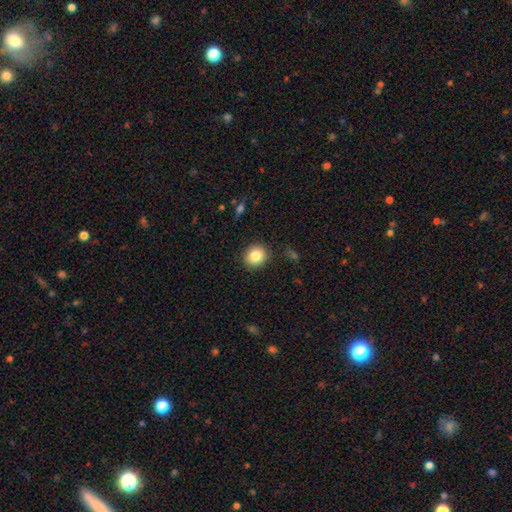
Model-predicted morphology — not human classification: The model was most divided on "how rounded": round: 84%, in between: 15%, cigar-shaped: 1%. More confident: merging — none (89%); smooth or featured — smooth (84%).